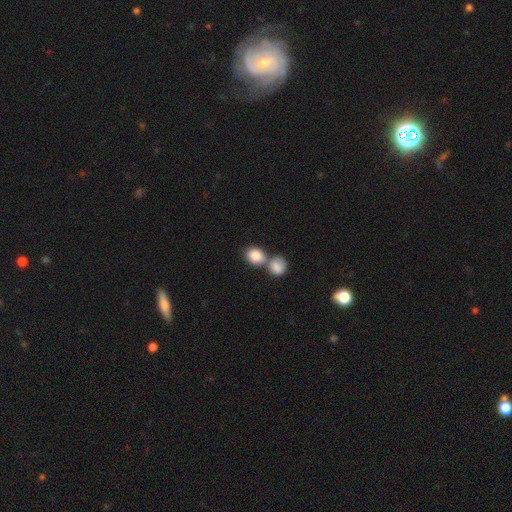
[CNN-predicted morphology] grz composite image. It shows a smooth galaxy with no disk features (86%) that is round (55%). Merging: merger (59%).